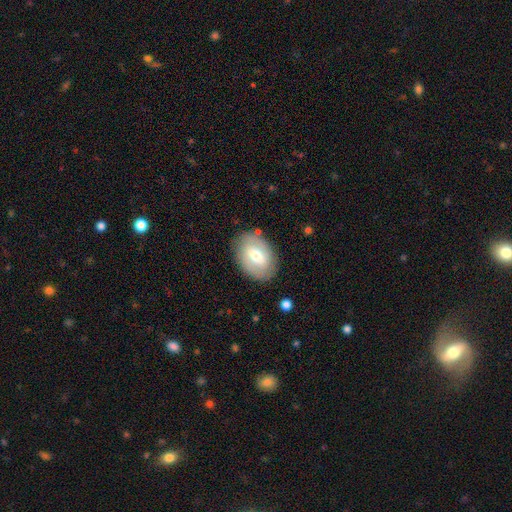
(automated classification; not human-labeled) A smooth galaxy with no disk features (50%). Merging: none (83%).